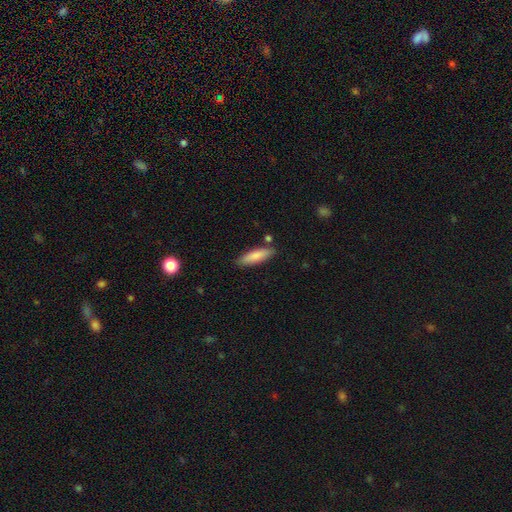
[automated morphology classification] smooth 82%, featured or disk 12%, star or artifact 6%. Down the decision tree: how rounded — cigar-shaped (63%); merging — none (83%).